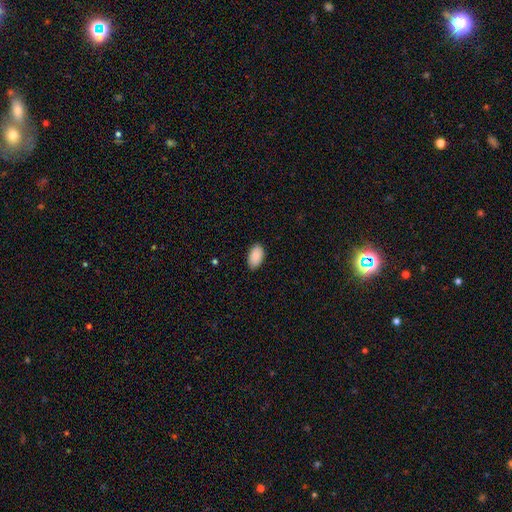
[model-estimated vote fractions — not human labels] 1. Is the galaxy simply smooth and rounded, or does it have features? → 90% smooth, 6% star or artifact, 4% featured or disk.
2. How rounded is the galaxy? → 95% in between, 4% round, 1% cigar-shaped.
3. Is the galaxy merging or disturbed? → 87% none, 10% minor disturbance, 2% major disturbance, 1% merger.